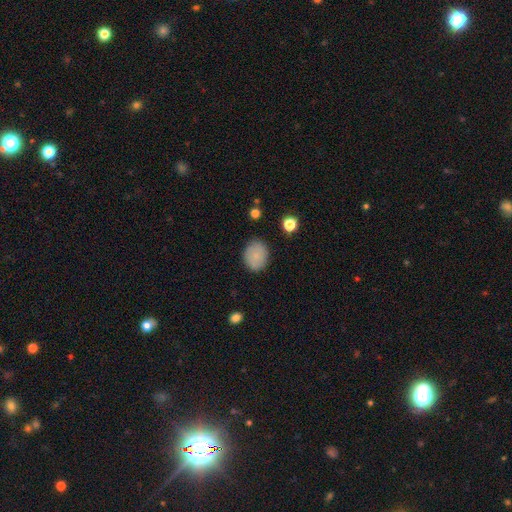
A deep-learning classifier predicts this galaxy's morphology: Smooth or featured? smooth (84%)
How rounded? round (53%)
Merging? none (82%)